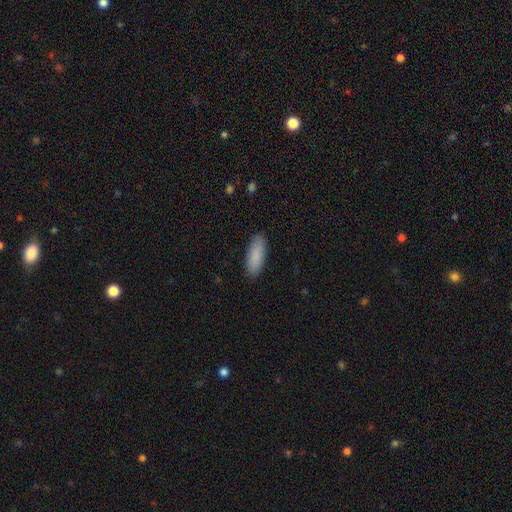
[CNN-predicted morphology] Smooth or featured: smooth — 89% (featured or disk — 6%)
How rounded: in between — 61% (cigar-shaped — 37%)
Merging: none — 89% (minor disturbance — 9%)